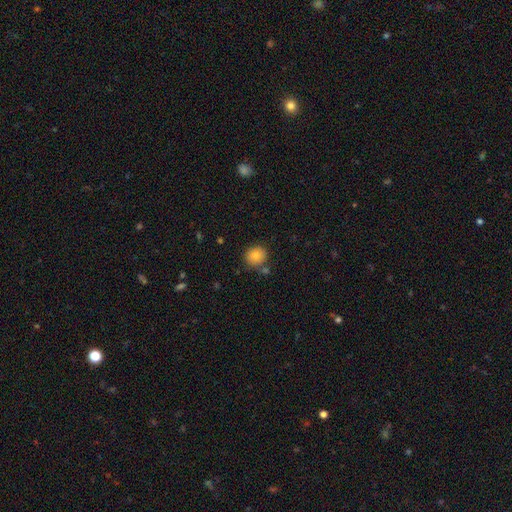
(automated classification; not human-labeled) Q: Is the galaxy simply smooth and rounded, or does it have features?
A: smooth — 81%.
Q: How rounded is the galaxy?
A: round — 83%.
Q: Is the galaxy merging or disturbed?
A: none — 78%.